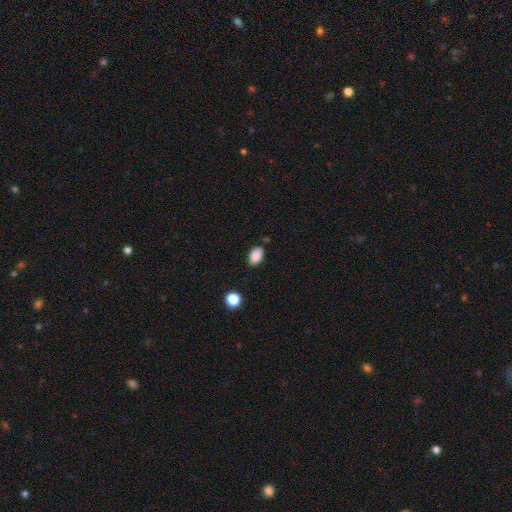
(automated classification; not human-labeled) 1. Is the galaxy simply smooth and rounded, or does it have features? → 88% smooth, 9% star or artifact, 4% featured or disk.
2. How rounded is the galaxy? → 90% in between, 9% round, 1% cigar-shaped.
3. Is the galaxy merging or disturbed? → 82% none, 13% minor disturbance, 2% major disturbance, 2% merger.